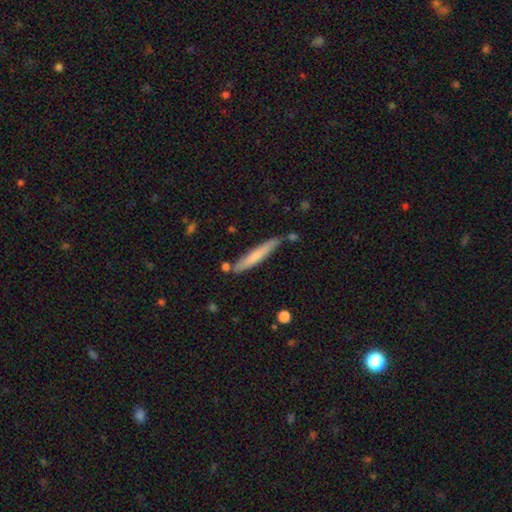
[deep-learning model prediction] Smooth or featured? Predicted: smooth (p=0.67). How rounded? Predicted: cigar-shaped (p=0.95). Merging? Predicted: none (p=0.79).